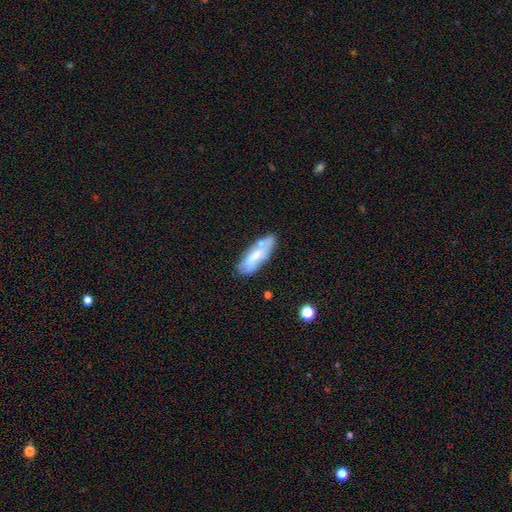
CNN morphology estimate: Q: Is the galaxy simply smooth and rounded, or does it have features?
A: smooth — 60%.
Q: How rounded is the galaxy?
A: in between — 58%.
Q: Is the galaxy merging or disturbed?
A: none — 60%.